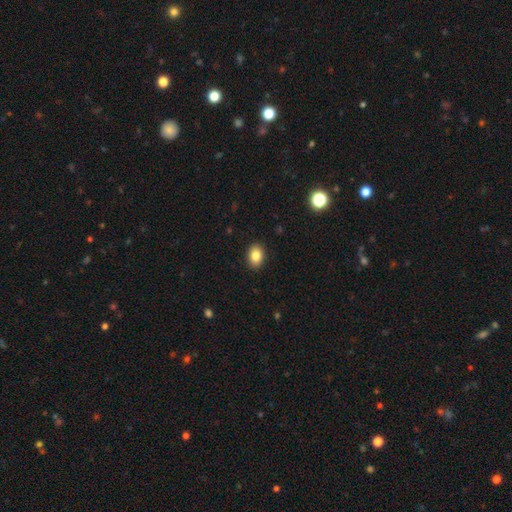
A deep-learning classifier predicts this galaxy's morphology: smooth 85%, star or artifact 9%, featured or disk 6%. Down the decision tree: how rounded — in between (68%); merging — none (91%).